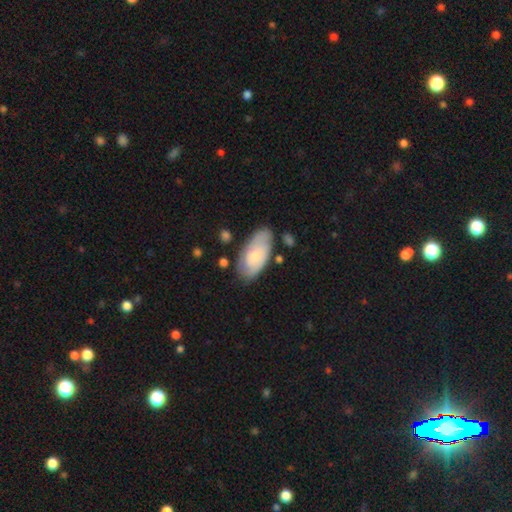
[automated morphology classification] smooth_or_featured: smooth (p=0.62) [alt: featured or disk p=0.33]
how_rounded: in between (p=0.93) [alt: cigar-shaped p=0.04]
merging: none (p=0.69) [alt: minor disturbance p=0.22]